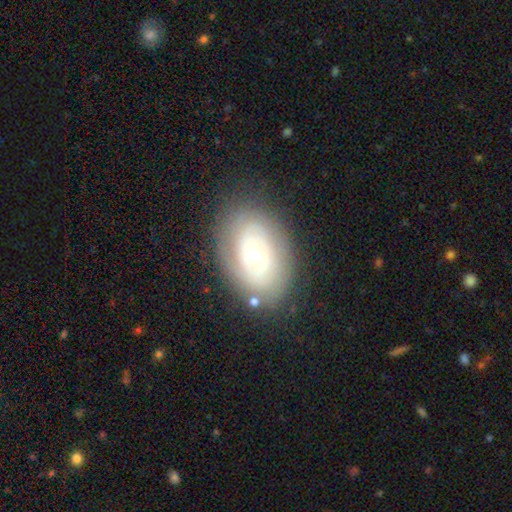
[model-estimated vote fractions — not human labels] Morphology: type=featured or disk (65%); edge-on=no (94%); bar=no (69%); spiral arms=yes (70%); bulge=moderate (68%); merging=none (77%).